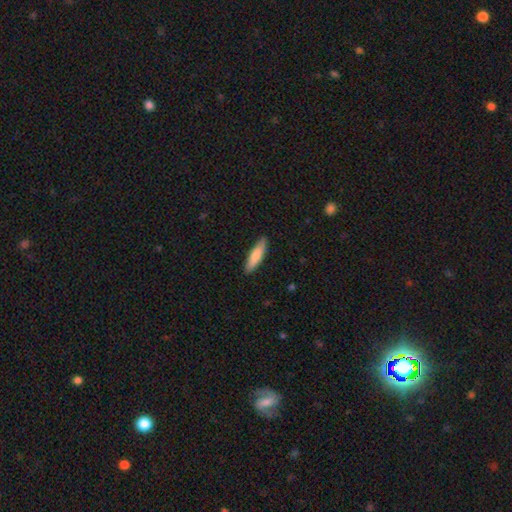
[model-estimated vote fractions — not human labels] This is likely a smooth galaxy (79%). How rounded: likely cigar-shaped (72%). Merging: clearly none (88%).